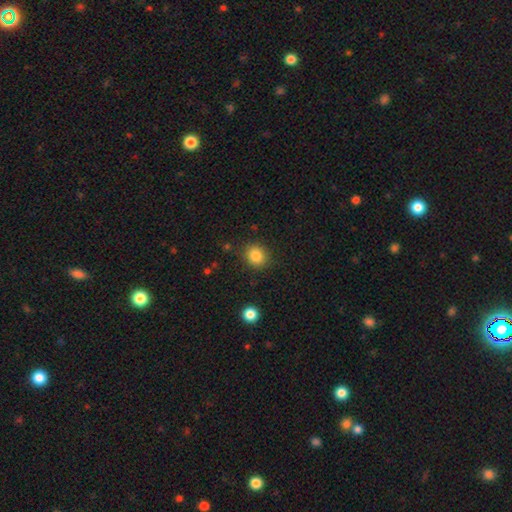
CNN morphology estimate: The model was most divided on "how rounded": round: 79%, in between: 20%, cigar-shaped: 1%. More confident: merging — none (87%); smooth or featured — smooth (84%).